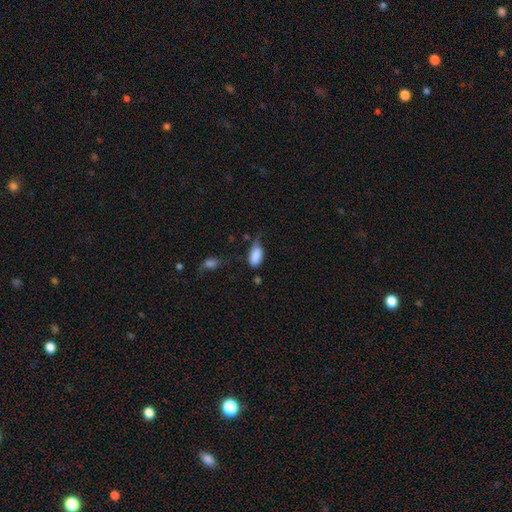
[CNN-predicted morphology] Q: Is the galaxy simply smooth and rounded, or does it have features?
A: smooth — 85%.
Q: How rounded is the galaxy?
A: in between — 92%.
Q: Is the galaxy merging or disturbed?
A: minor disturbance — 39%.